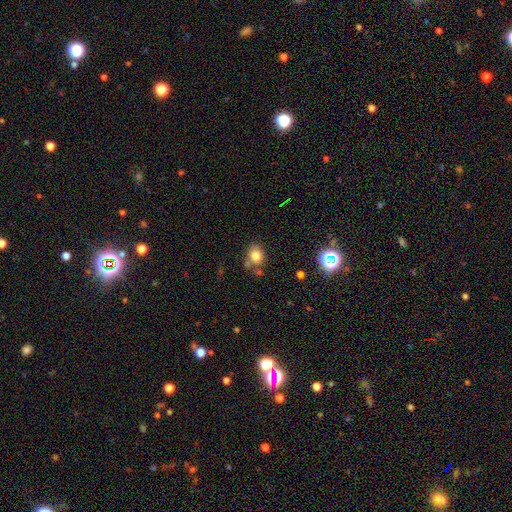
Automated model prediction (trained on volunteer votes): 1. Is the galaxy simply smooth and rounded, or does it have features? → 79% smooth, 13% star or artifact, 8% featured or disk.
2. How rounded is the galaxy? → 56% round, 43% in between, 1% cigar-shaped.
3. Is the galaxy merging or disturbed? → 67% none, 16% minor disturbance, 12% merger, 5% major disturbance.